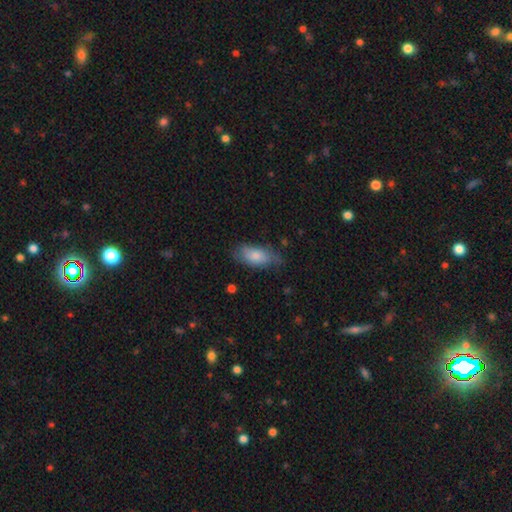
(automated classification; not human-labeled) smooth 78%, featured or disk 16%, star or artifact 6%. Down the decision tree: how rounded — in between (88%); merging — none (60%).